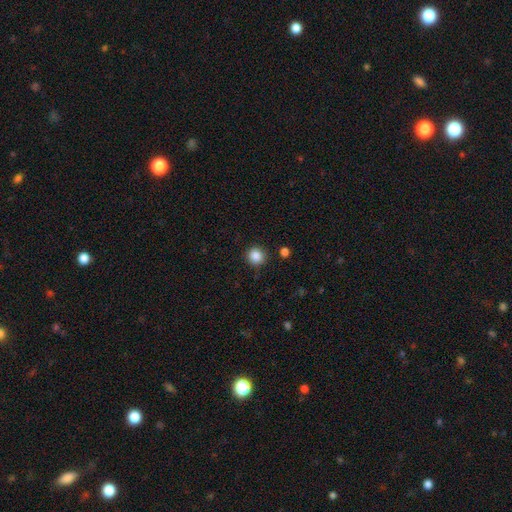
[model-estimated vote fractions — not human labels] Smooth or featured? Predicted: smooth (p=0.86). How rounded? Predicted: round (p=0.92). Merging? Predicted: none (p=0.88).